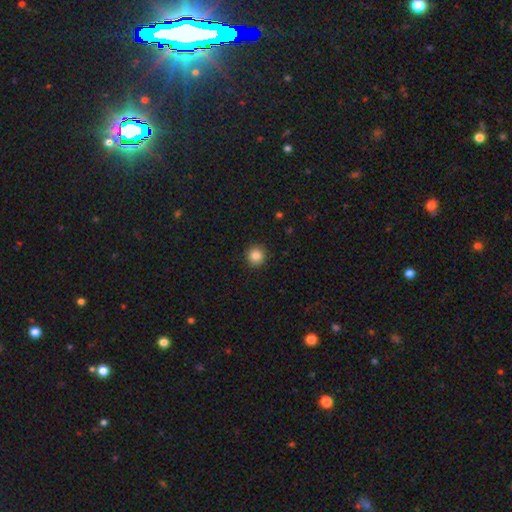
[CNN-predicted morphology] The model was most divided on "smooth or featured": smooth: 85%, star or artifact: 10%, featured or disk: 5%. More confident: how rounded — round (94%); merging — none (91%).